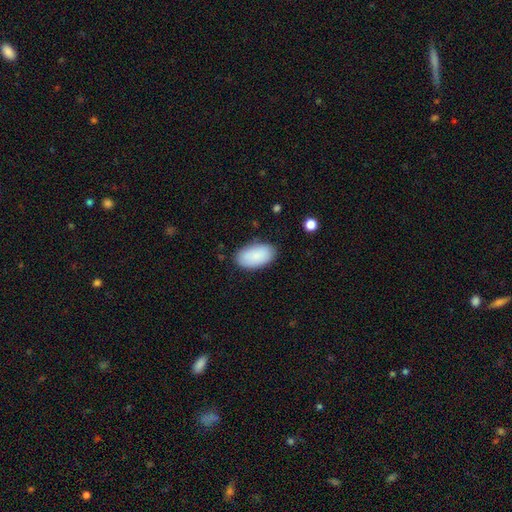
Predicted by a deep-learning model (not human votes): A smooth galaxy with no disk features (87%) that is in between round and cigar-shaped (96%). Merging: none (84%).